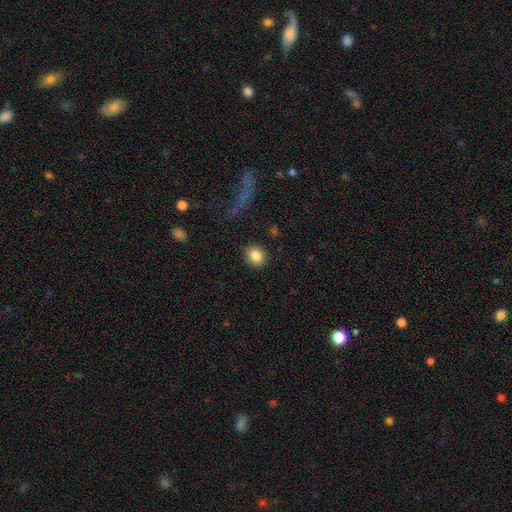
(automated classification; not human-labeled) smooth_or_featured: smooth (p=0.84) [alt: star or artifact p=0.09]
how_rounded: round (p=0.66) [alt: in between p=0.33]
merging: none (p=0.89) [alt: minor disturbance p=0.08]